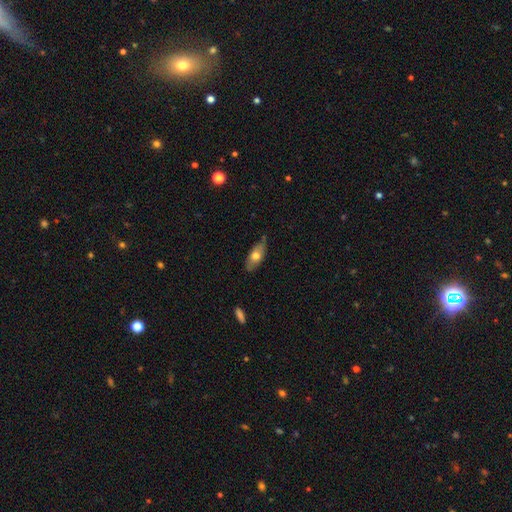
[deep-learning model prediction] Overall: smooth (64%; featured or disk 30%). How rounded: in between (82%). Merging: none (72%).